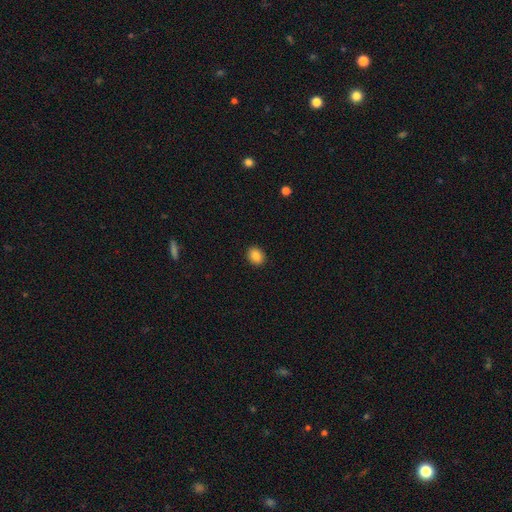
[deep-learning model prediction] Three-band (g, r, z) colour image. It shows a smooth galaxy with no disk features (85%) that is round (51%). Merging: none (91%).